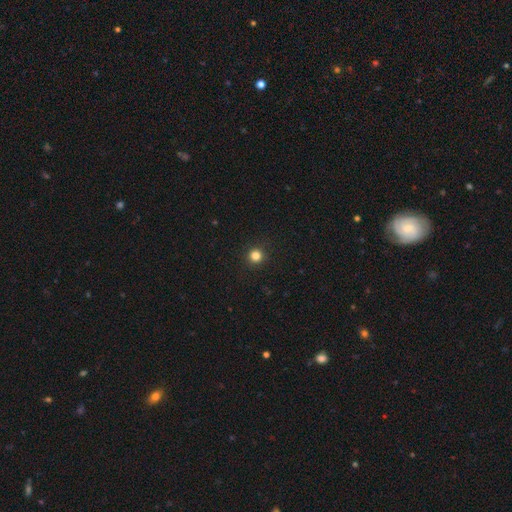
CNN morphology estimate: This is clearly a smooth galaxy (83%). How rounded: clearly round (95%). Merging: clearly none (93%).